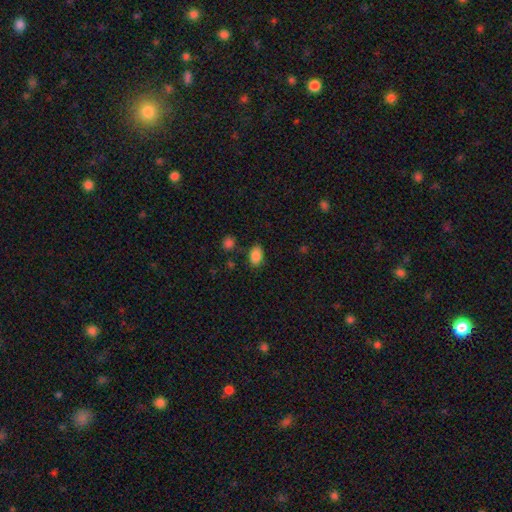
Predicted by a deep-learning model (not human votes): A smooth galaxy with no disk features (86%) that is in between round and cigar-shaped (85%).

Vote fractions:
- Smooth or featured? smooth: 86% / star or artifact: 9% / featured or disk: 5%
- How rounded? in between: 85% / round: 14% / cigar-shaped: 1%
- Merging? none: 80% / minor disturbance: 13% / merger: 3% / major disturbance: 3%